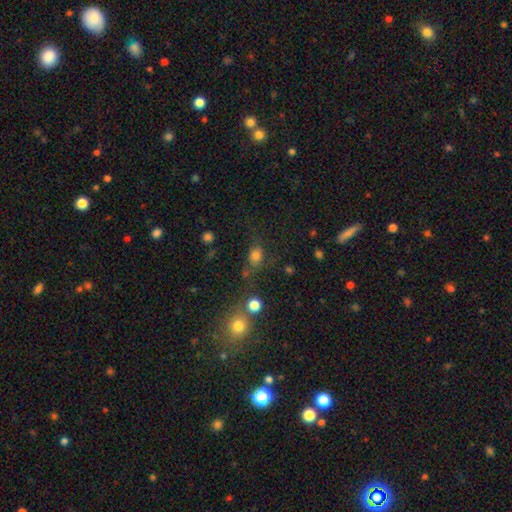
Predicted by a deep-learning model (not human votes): Smooth or featured?
  - smooth: 75% *
  - star or artifact: 17%
  - featured or disk: 8%
How rounded?
  - round: 53% *
  - in between: 45%
  - cigar-shaped: 2%
Merging?
  - none: 59% *
  - minor disturbance: 18%
  - merger: 12%
  - major disturbance: 11%